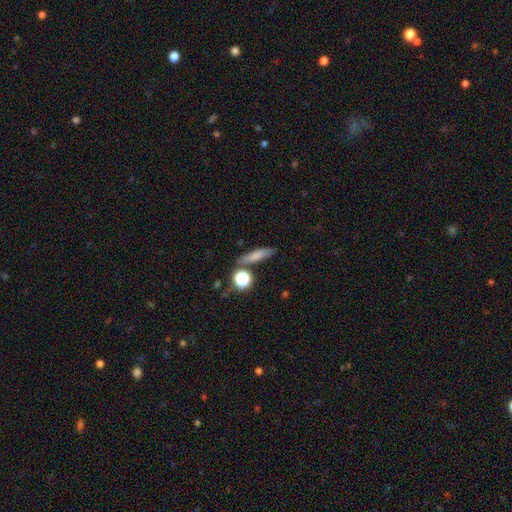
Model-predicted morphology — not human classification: Smooth or featured? smooth (71%)
How rounded? cigar-shaped (66%)
Merging? none (76%)